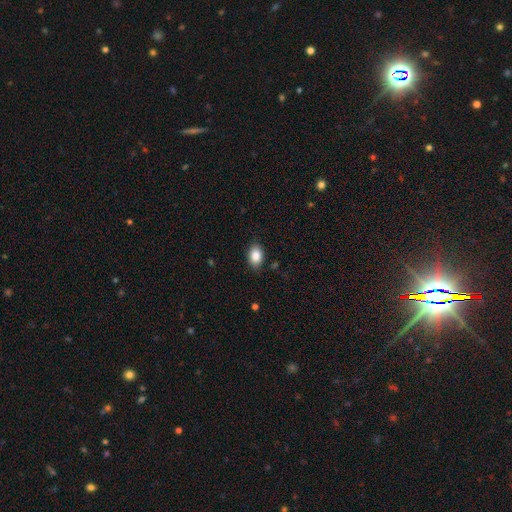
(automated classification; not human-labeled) A smooth galaxy with no disk features (87%) that is in between round and cigar-shaped (81%). Merging: none (83%).